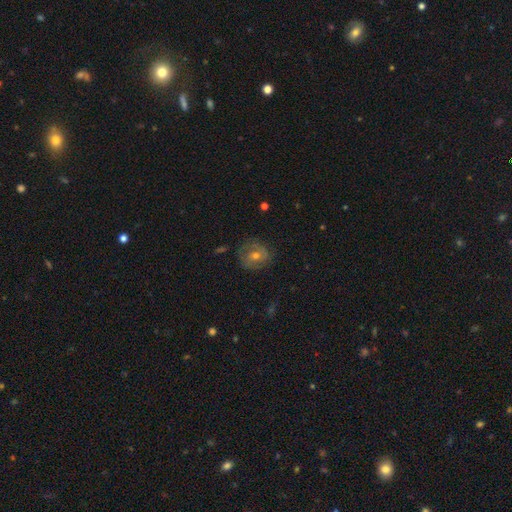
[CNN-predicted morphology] Smooth or featured: featured or disk — 62% (smooth — 27%)
Edge-on disk: no — 97% (yes — 3%)
Bar: no — 61% (weak — 31%)
Spiral arms: yes — 76% (no — 24%)
Bulge size: moderate — 61% (small — 35%)
Merging: none — 75% (minor disturbance — 17%)